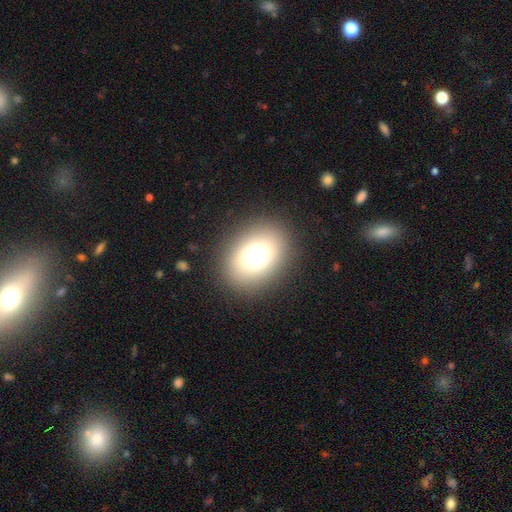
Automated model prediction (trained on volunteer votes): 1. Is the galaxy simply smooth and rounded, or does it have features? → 70% smooth, 16% star or artifact, 14% featured or disk.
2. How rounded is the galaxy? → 51% in between, 47% round, 1% cigar-shaped.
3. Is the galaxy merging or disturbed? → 86% none, 8% minor disturbance, 5% major disturbance, 1% merger.